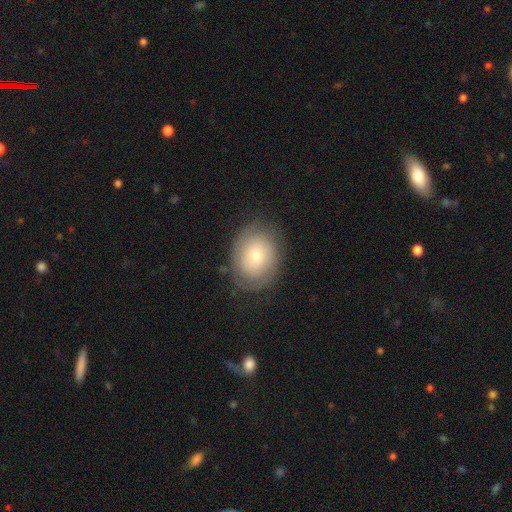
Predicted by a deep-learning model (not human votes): A smooth galaxy with no disk features (55%) that is in between round and cigar-shaped (59%). Merging: none (77%).